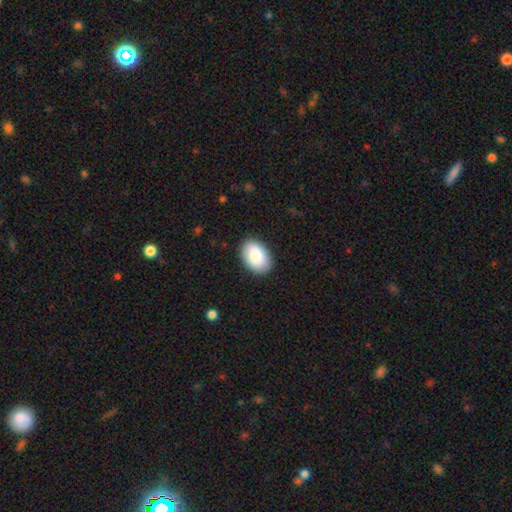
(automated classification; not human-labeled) Smooth or featured: smooth — 87% (featured or disk — 7%)
How rounded: in between — 86% (round — 13%)
Merging: none — 88% (minor disturbance — 9%)